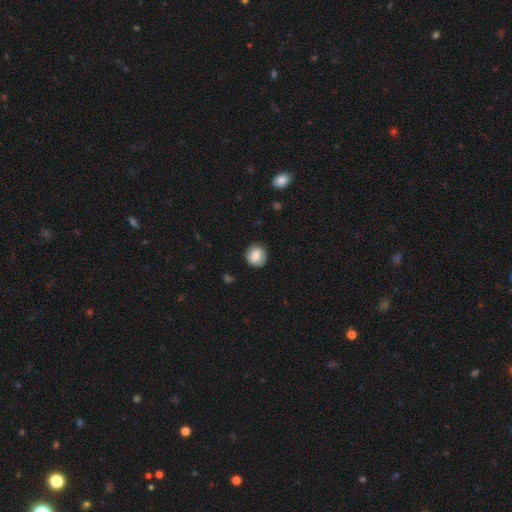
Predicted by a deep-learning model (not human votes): This is likely a smooth galaxy (78%). How rounded: clearly round (80%). Merging: clearly none (81%).